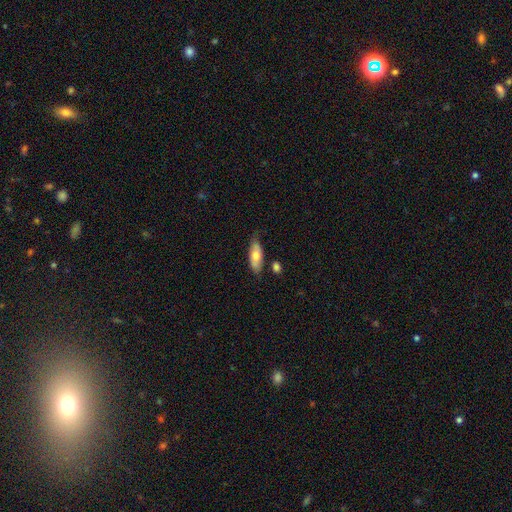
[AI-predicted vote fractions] This appears to be a smooth galaxy with no disk features (66%) that is in between round and cigar-shaped (74%). Merging: none (72%).